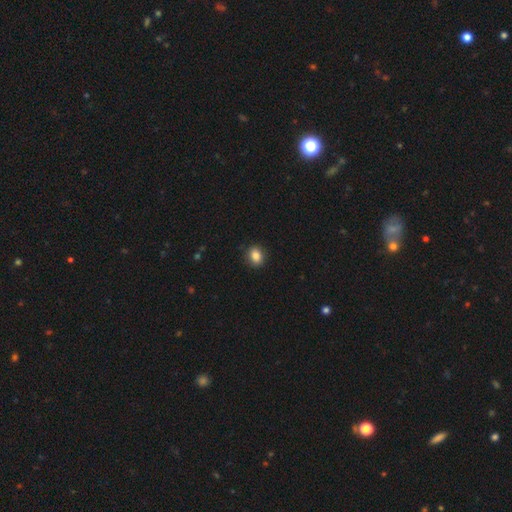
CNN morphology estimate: This appears to be a smooth galaxy with no disk features (86%) that is in between round and cigar-shaped (50%). Merging: none (88%).